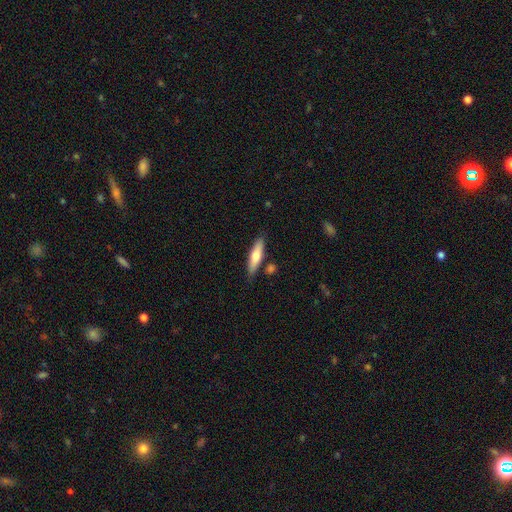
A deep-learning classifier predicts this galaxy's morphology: A smooth galaxy with no disk features (63%) that is cigar-shaped (69%).

Vote fractions:
- Smooth or featured? smooth: 63% / featured or disk: 31% / star or artifact: 6%
- How rounded? cigar-shaped: 69% / in between: 29% / round: 2%
- Merging? none: 79% / minor disturbance: 12% / merger: 6% / major disturbance: 2%